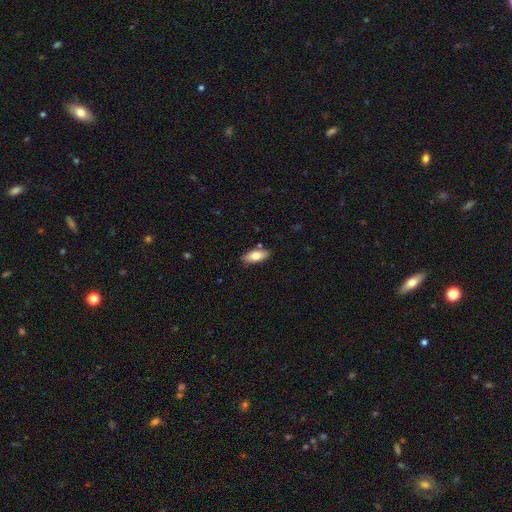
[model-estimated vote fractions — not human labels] Smooth or featured? Predicted: smooth (p=0.77). How rounded? Predicted: in between (p=0.83). Merging? Predicted: none (p=0.85).